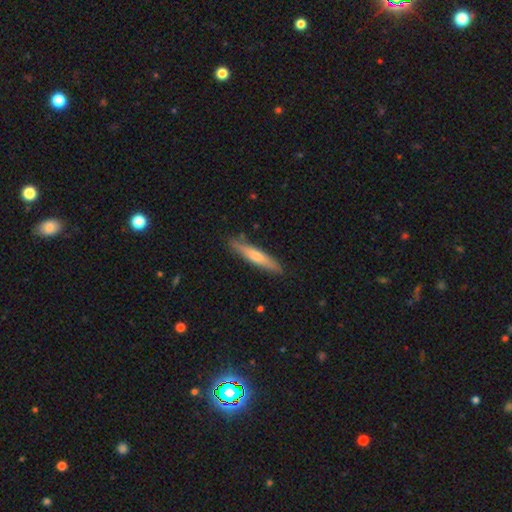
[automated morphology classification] smooth 56%, featured or disk 39%, star or artifact 6%. Down the decision tree: how rounded — cigar-shaped (92%); merging — none (87%).